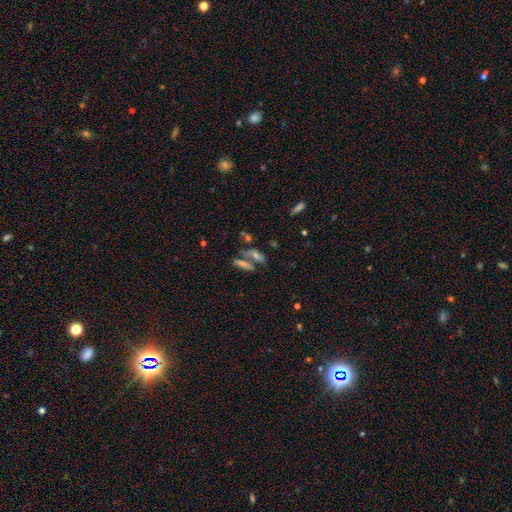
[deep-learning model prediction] smooth 52%, featured or disk 30%, star or artifact 18%. Down the decision tree: how rounded — cigar-shaped (48%); merging — none (42%, tied with merger).